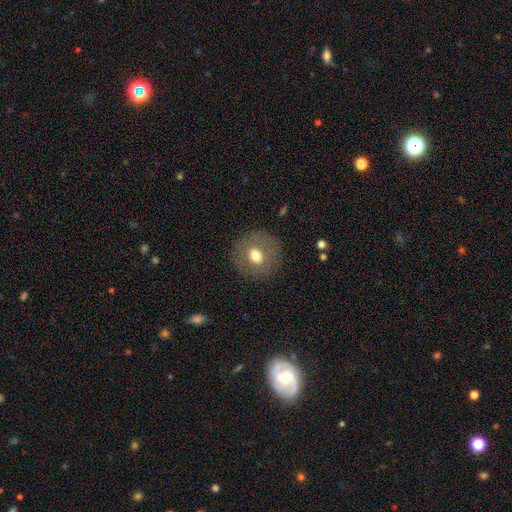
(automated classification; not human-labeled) Smooth or featured: smooth — 66% (featured or disk — 24%)
How rounded: round — 84% (in between — 15%)
Merging: none — 87% (minor disturbance — 8%)